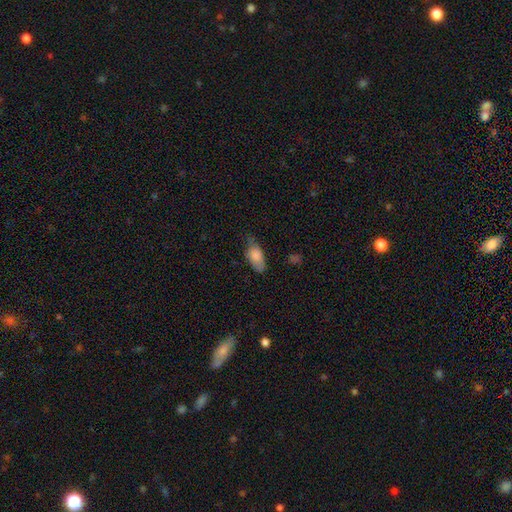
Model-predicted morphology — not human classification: Smooth or featured?
  - smooth: 81% *
  - featured or disk: 12%
  - star or artifact: 7%
How rounded?
  - in between: 88% *
  - cigar-shaped: 8%
  - round: 4%
Merging?
  - none: 51% *
  - minor disturbance: 37%
  - major disturbance: 10%
  - merger: 2%